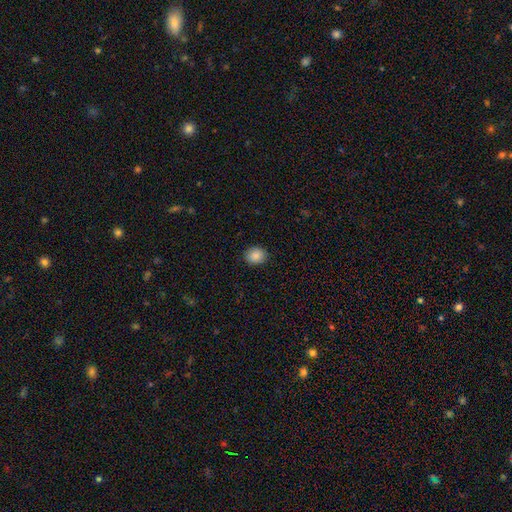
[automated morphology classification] A smooth galaxy with no disk features (87%) that is round (69%).

Vote fractions:
- Smooth or featured? smooth: 87% / star or artifact: 9% / featured or disk: 4%
- How rounded? round: 69% / in between: 30% / cigar-shaped: 1%
- Merging? none: 90% / minor disturbance: 7% / major disturbance: 2% / merger: 1%